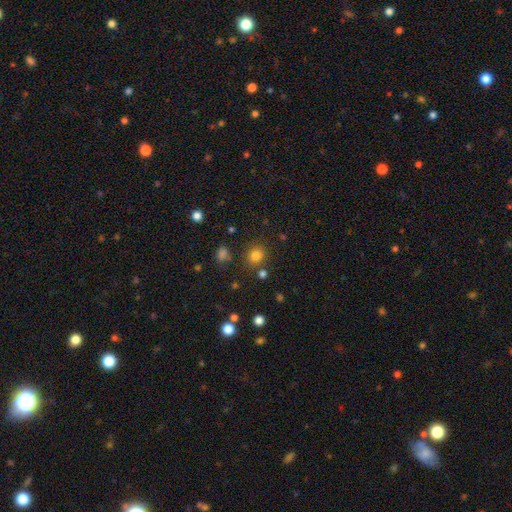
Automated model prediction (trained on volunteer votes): Smooth or featured?
  - smooth: 79% *
  - star or artifact: 15%
  - featured or disk: 6%
How rounded?
  - round: 78% *
  - in between: 21%
  - cigar-shaped: 1%
Merging?
  - none: 81% *
  - minor disturbance: 10%
  - merger: 6%
  - major disturbance: 4%